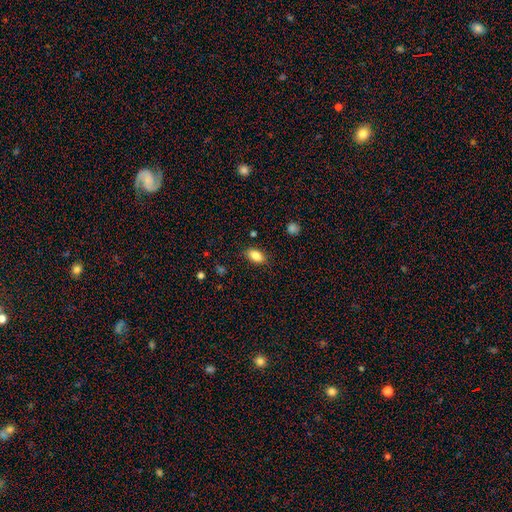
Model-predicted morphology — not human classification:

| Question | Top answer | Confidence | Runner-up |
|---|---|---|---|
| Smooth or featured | smooth | 85% | star or artifact (8%) |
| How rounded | in between | 90% | round (6%) |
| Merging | none | 85% | minor disturbance (11%) |